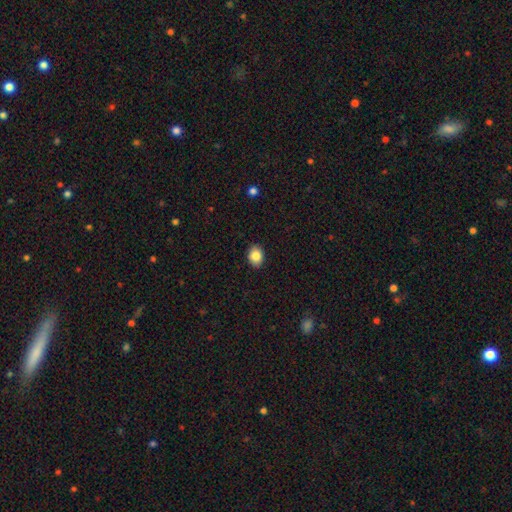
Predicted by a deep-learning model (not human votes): smooth 85%, star or artifact 9%, featured or disk 6%. Down the decision tree: how rounded — in between (62%); merging — none (89%).